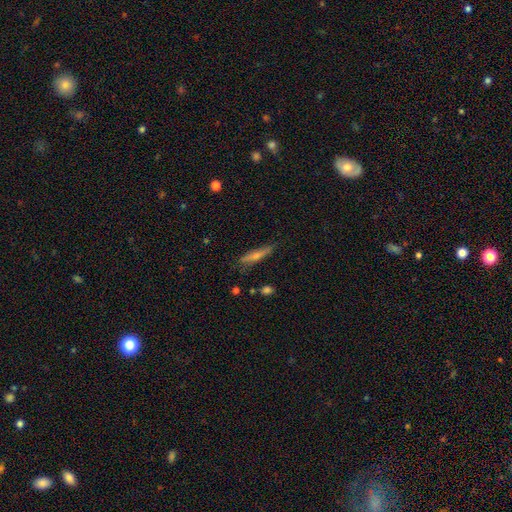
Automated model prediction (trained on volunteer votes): Smooth or featured: featured or disk — 49% (smooth — 42%)
Merging: none — 80% (minor disturbance — 15%)